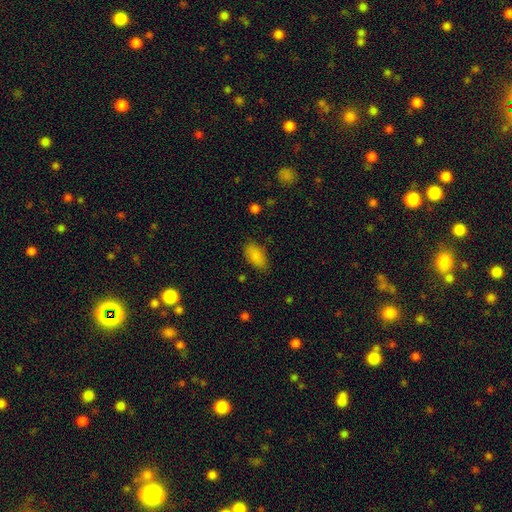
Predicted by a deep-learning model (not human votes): smooth_or_featured: smooth (p=0.87) [alt: star or artifact p=0.08]
how_rounded: in between (p=0.93) [alt: round p=0.04]
merging: none (p=0.81) [alt: minor disturbance p=0.14]